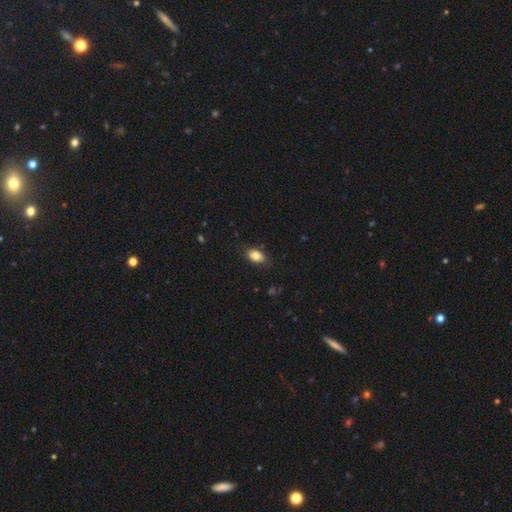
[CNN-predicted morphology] This appears to be a smooth galaxy with no disk features (83%) that is in between round and cigar-shaped (87%). Merging: none (85%).